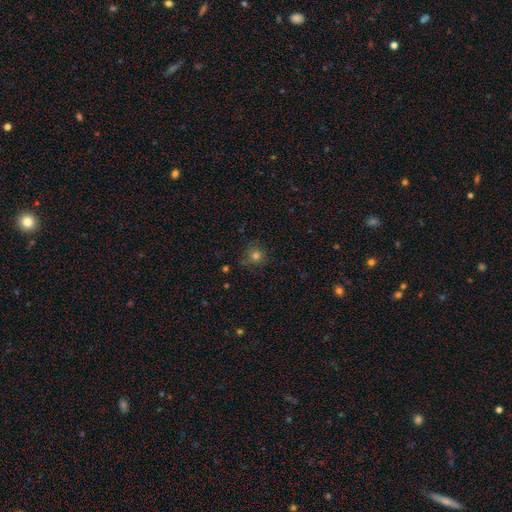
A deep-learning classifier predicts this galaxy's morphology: This is likely a smooth galaxy (75%). How rounded: clearly round (90%). Merging: likely none (76%).